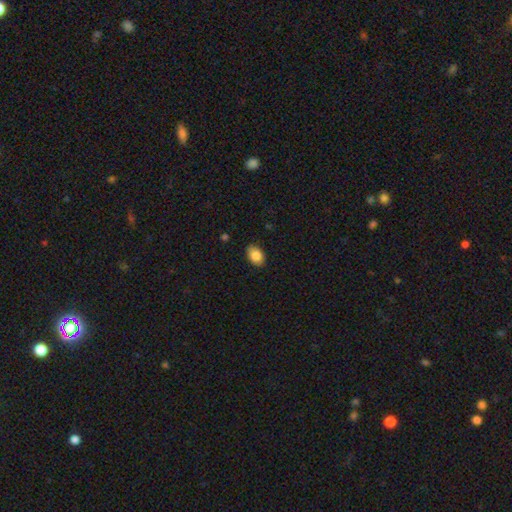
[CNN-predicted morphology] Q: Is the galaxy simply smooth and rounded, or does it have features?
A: smooth — 86%.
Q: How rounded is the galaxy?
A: in between — 84%.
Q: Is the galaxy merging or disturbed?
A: none — 87%.